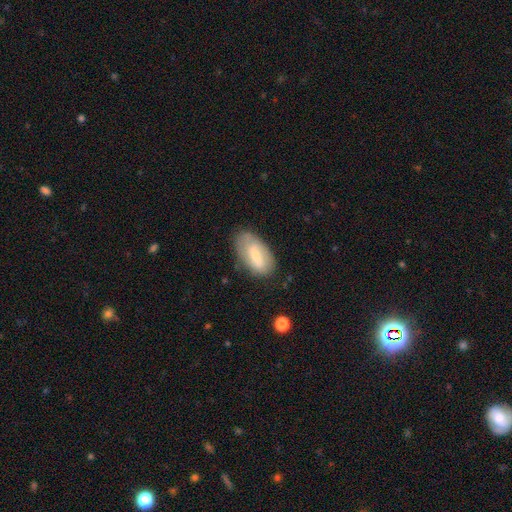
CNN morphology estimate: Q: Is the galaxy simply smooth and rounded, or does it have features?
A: smooth — 63%.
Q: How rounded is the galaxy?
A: in between — 93%.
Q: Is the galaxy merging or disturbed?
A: none — 70%.